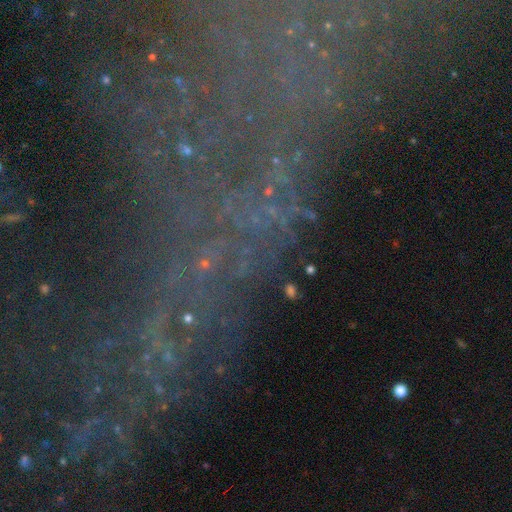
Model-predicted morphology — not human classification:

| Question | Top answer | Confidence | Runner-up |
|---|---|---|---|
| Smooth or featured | star or artifact | 68% | featured or disk (20%) |